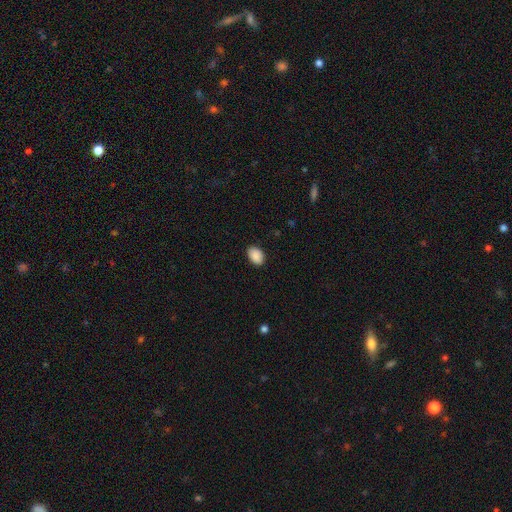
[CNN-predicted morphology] Smooth or featured? Predicted: smooth (p=0.90). How rounded? Predicted: in between (p=0.85). Merging? Predicted: none (p=0.88).